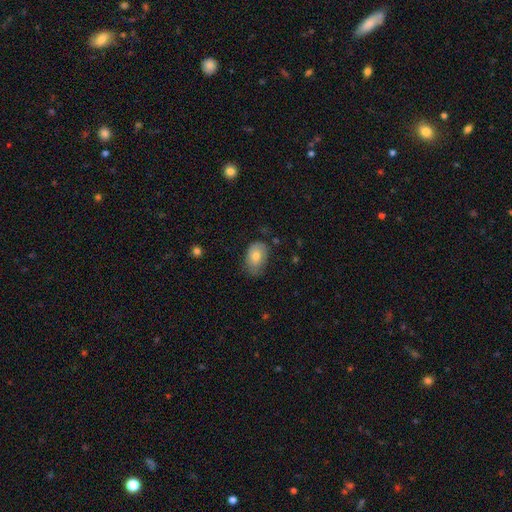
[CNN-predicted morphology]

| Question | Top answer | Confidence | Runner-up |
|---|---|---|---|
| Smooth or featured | smooth | 77% | featured or disk (15%) |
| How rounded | in between | 85% | round (13%) |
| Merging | none | 60% | minor disturbance (32%) |